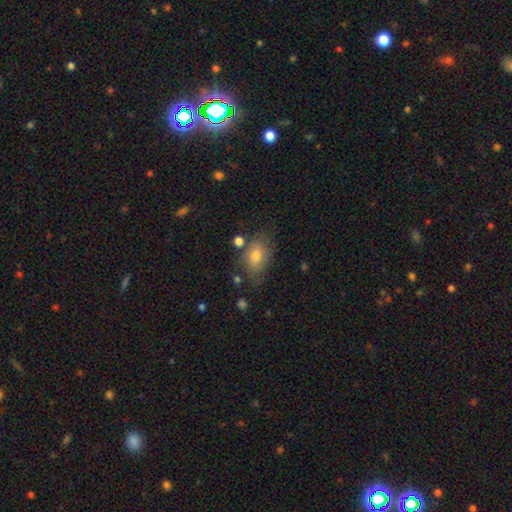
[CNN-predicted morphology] The model was most divided on "smooth or featured": smooth: 59%, featured or disk: 31%, star or artifact: 10%. More confident: how rounded — in between (85%); merging — none (58%).